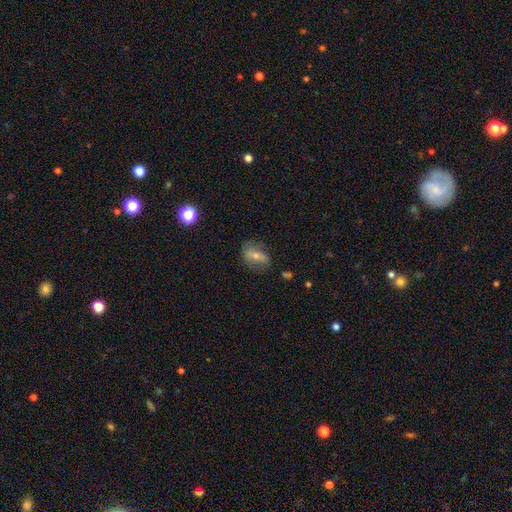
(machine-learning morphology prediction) Smooth or featured: featured or disk — 49% (smooth — 36%)
Merging: none — 69% (minor disturbance — 20%)